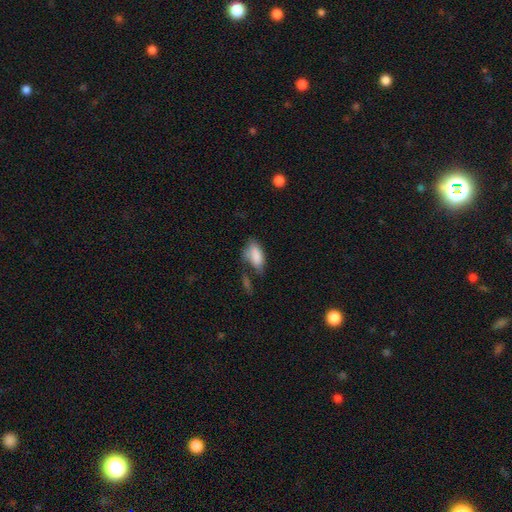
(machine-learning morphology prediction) Q: Smooth or featured?
A: smooth (79%); runner-up: featured or disk (12%)
Q: How rounded?
A: in between (89%); runner-up: cigar-shaped (8%)
Q: Merging?
A: none (37%); runner-up: minor disturbance (27%)